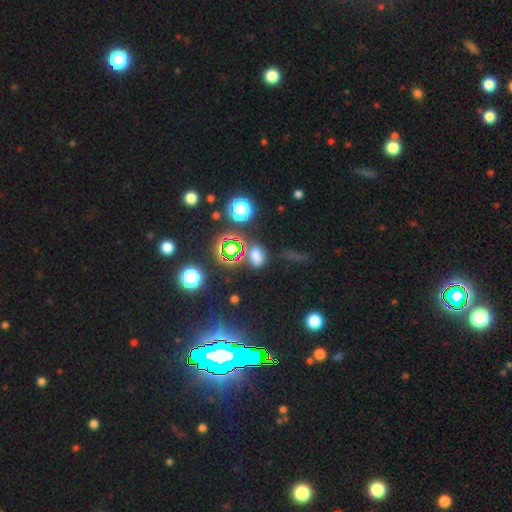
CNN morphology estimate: Q: Smooth or featured?
A: smooth (55%); runner-up: star or artifact (36%)
Q: How rounded?
A: in between (67%); runner-up: round (30%)
Q: Merging?
A: none (69%); runner-up: minor disturbance (14%)